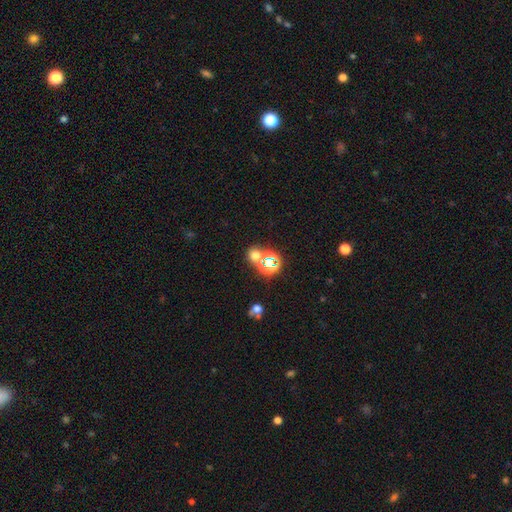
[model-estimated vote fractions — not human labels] A smooth galaxy with no disk features (55%) that is round (80%).

Vote fractions:
- Smooth or featured? smooth: 55% / star or artifact: 37% / featured or disk: 8%
- How rounded? round: 80% / in between: 19% / cigar-shaped: 1%
- Merging? none: 61% / merger: 27% / minor disturbance: 8% / major disturbance: 4%